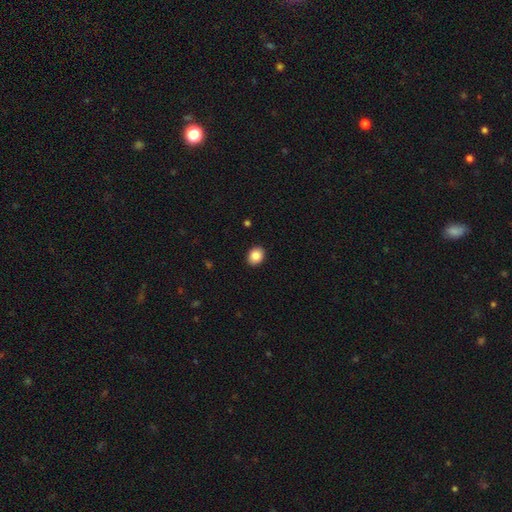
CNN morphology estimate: Q: Smooth or featured?
A: smooth (88%); runner-up: star or artifact (8%)
Q: How rounded?
A: in between (52%); runner-up: round (47%)
Q: Merging?
A: none (91%); runner-up: minor disturbance (6%)